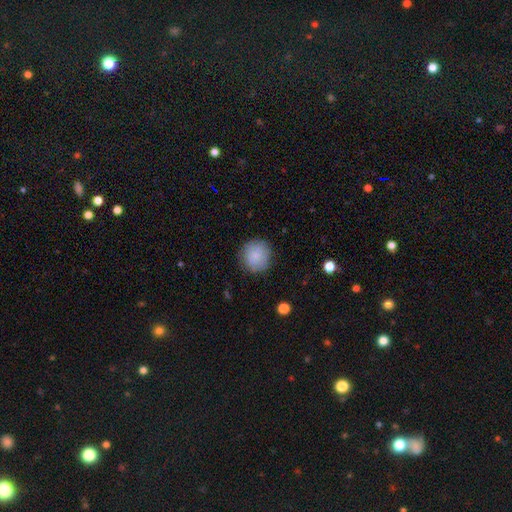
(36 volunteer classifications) smooth_or_featured: smooth (p=0.92) [alt: featured or disk p=0.06]
how_rounded: round (p=0.94) [alt: in between p=0.06]
merging: none (p=0.86) [alt: minor disturbance p=0.14]